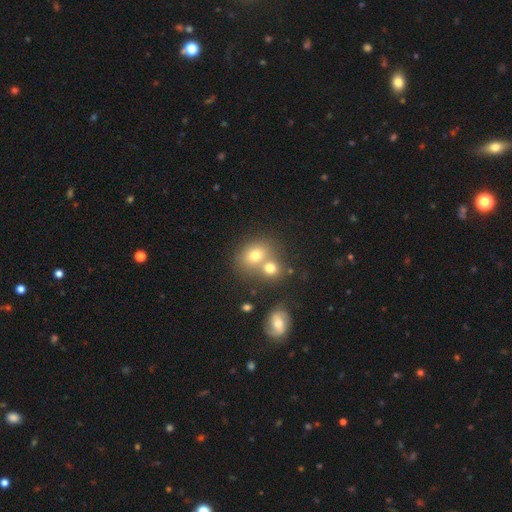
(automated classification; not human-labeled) A smooth galaxy with no disk features (70%) that is round (61%). Merging: none (44%).